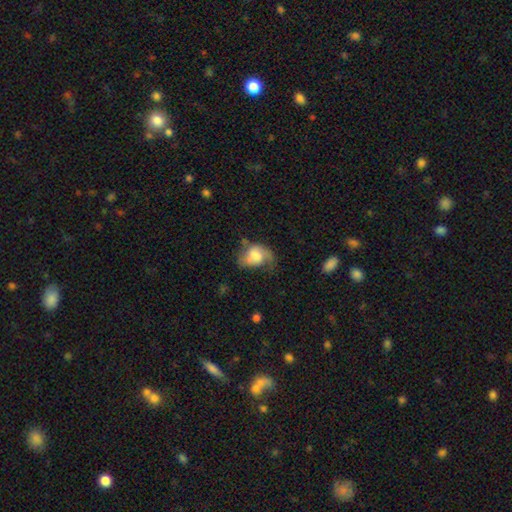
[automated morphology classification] smooth 51%, featured or disk 41%, star or artifact 8%. Down the decision tree: how rounded — in between (70%); merging — none (33%).